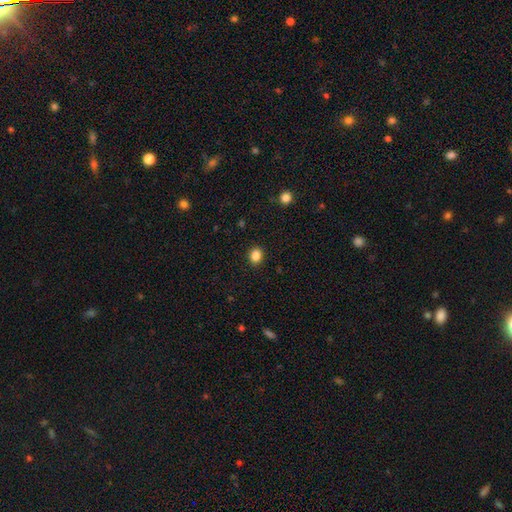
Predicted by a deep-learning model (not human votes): Smooth or featured: smooth — 85% (star or artifact — 11%)
How rounded: round — 60% (in between — 39%)
Merging: none — 91% (minor disturbance — 7%)